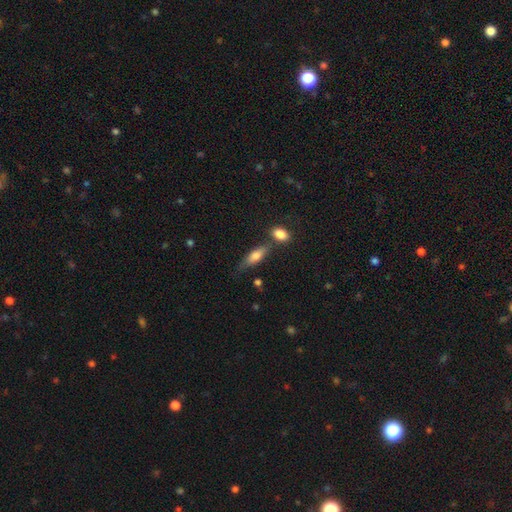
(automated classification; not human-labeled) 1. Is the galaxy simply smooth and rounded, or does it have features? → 68% smooth, 25% featured or disk, 7% star or artifact.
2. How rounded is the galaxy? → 57% in between, 40% cigar-shaped, 4% round.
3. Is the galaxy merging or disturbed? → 60% none, 19% minor disturbance, 15% merger, 6% major disturbance.